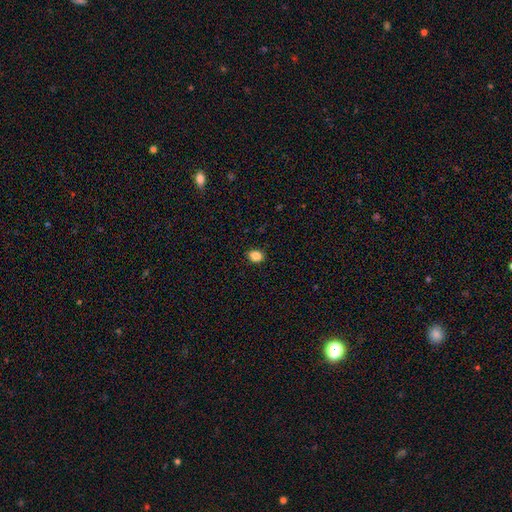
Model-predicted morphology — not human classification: Q: Smooth or featured?
A: smooth (85%); runner-up: star or artifact (10%)
Q: How rounded?
A: round (54%); runner-up: in between (45%)
Q: Merging?
A: none (90%); runner-up: minor disturbance (7%)